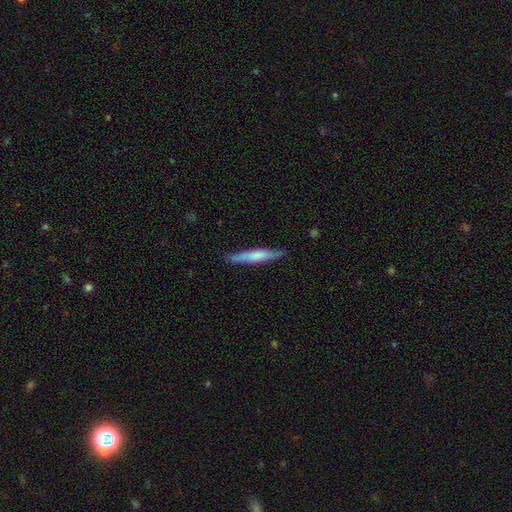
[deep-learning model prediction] smooth 59%, featured or disk 35%, star or artifact 5%. Down the decision tree: how rounded — cigar-shaped (93%); merging — none (87%).